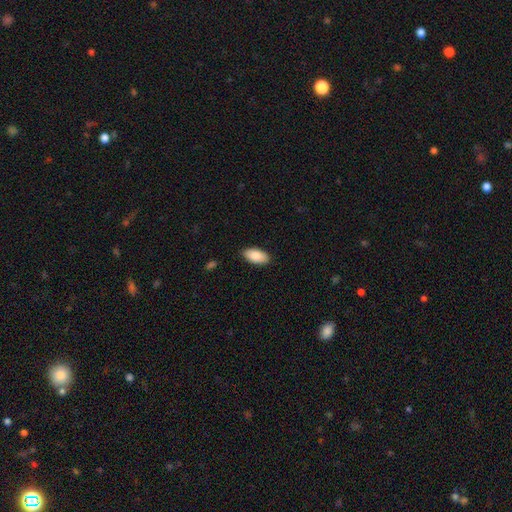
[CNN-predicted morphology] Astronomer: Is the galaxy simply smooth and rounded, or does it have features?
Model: smooth — 87%.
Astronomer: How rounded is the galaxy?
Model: in between — 94%.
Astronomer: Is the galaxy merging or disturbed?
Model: none — 87%.